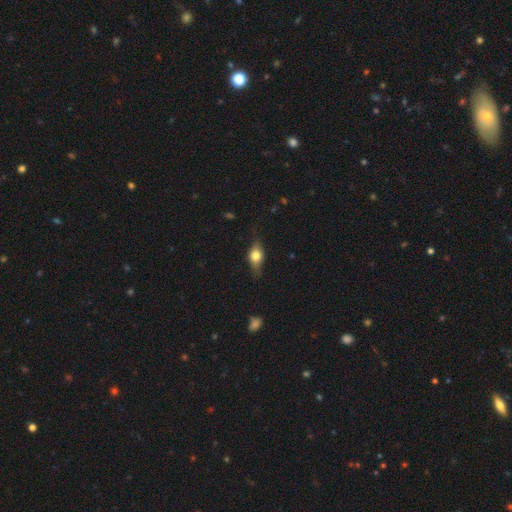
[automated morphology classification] Smooth or featured? Predicted: smooth (p=0.59). How rounded? Predicted: in between (p=0.70). Merging? Predicted: none (p=0.73).